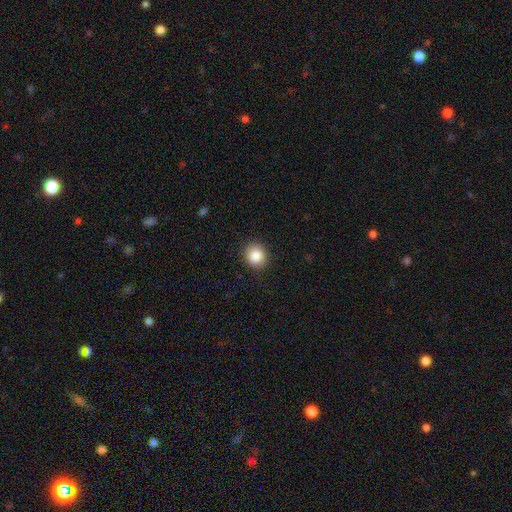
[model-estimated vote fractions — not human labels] smooth-or-featured: smooth: 87% | star or artifact: 9% | featured or disk: 4%
  how-rounded: round: 85% | in between: 14% | cigar-shaped: 1%
  merging: none: 90% | minor disturbance: 7% | major disturbance: 2% | merger: 1%